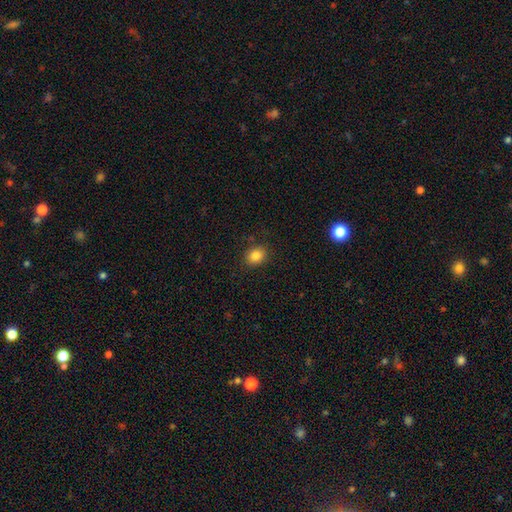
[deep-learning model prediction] A smooth galaxy with no disk features (84%) that is round (55%). Merging: none (87%).